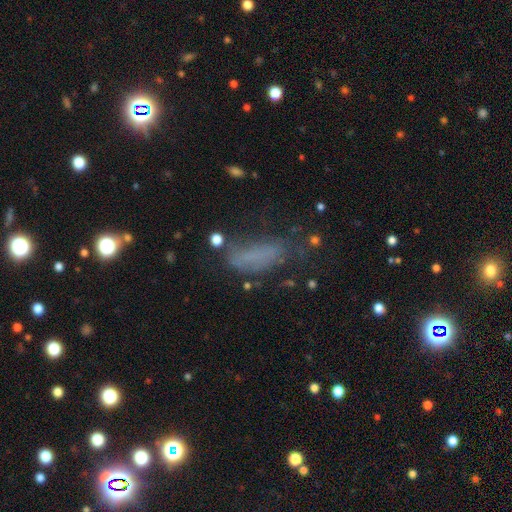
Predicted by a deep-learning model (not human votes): A smooth galaxy with no disk features (59%) that is in between round and cigar-shaped (62%). Merging: none (45%).